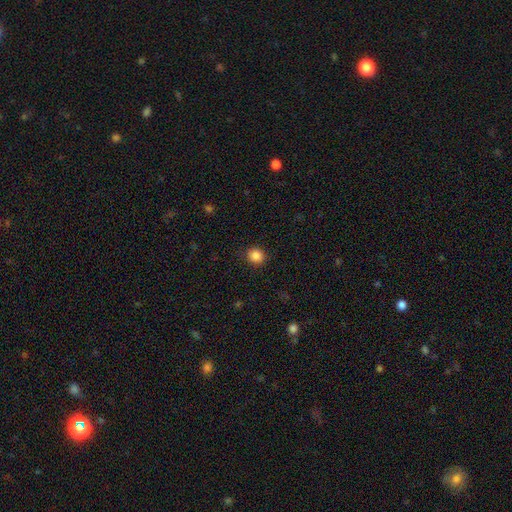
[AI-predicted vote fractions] Q: Smooth or featured?
A: smooth (87%); runner-up: star or artifact (10%)
Q: How rounded?
A: round (82%); runner-up: in between (17%)
Q: Merging?
A: none (90%); runner-up: minor disturbance (7%)